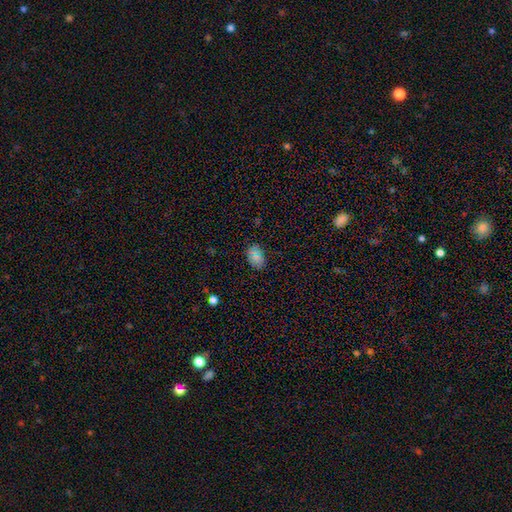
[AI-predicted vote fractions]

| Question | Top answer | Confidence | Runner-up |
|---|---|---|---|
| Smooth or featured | smooth | 75% | star or artifact (18%) |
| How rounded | in between | 87% | round (11%) |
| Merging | none | 85% | minor disturbance (12%) |